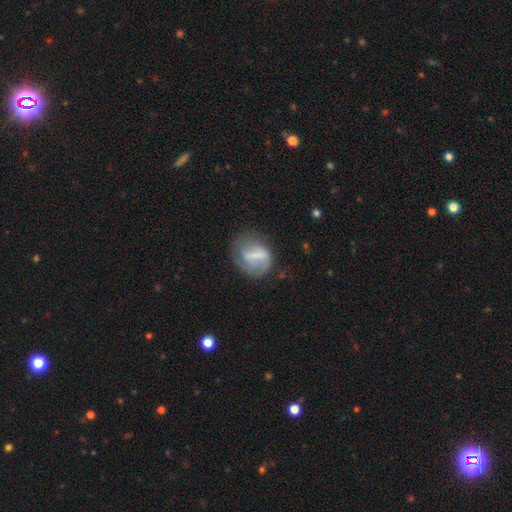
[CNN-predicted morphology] Smooth or featured: smooth — 47% (featured or disk — 45%)
Merging: none — 49% (minor disturbance — 27%)